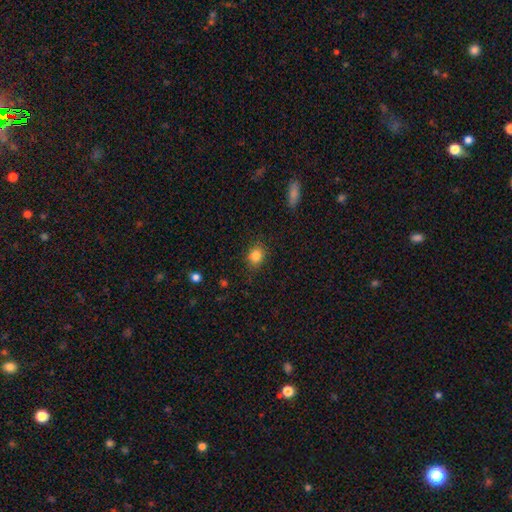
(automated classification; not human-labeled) Smooth or featured? smooth (84%)
How rounded? round (65%)
Merging? none (83%)